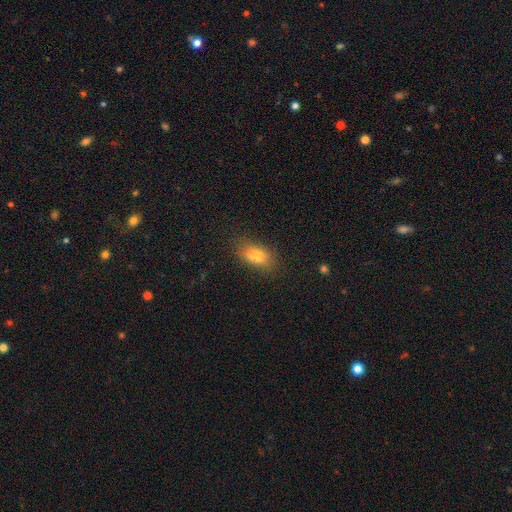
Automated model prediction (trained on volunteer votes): Morphology: type=smooth (77%); roundness=in between (84%); merging=none (77%).